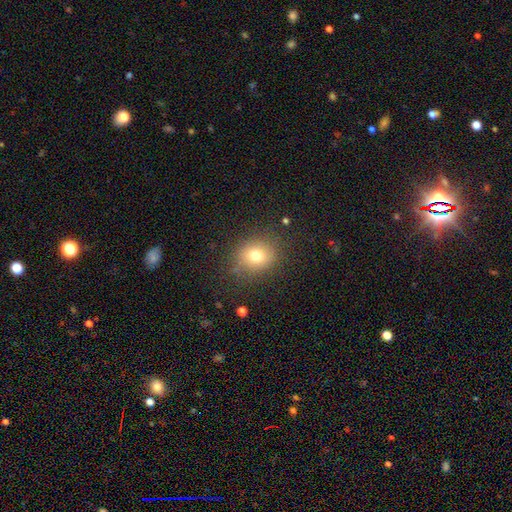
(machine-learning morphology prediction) A smooth galaxy with no disk features (74%) that is round (68%). Merging: none (81%).